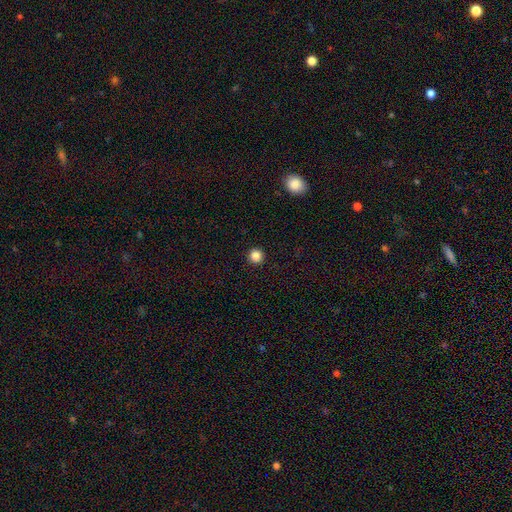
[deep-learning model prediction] smooth-or-featured: smooth: 85% | star or artifact: 11% | featured or disk: 3%
  how-rounded: round: 96% | in between: 3% | cigar-shaped: 1%
  merging: none: 94% | minor disturbance: 4% | major disturbance: 1% | merger: 1%